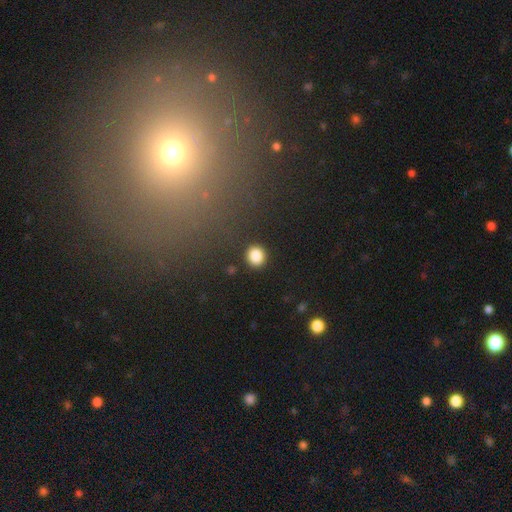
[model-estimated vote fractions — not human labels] smooth_or_featured: smooth (p=0.85) [alt: star or artifact p=0.10]
how_rounded: round (p=0.86) [alt: in between p=0.13]
merging: none (p=0.90) [alt: minor disturbance p=0.06]